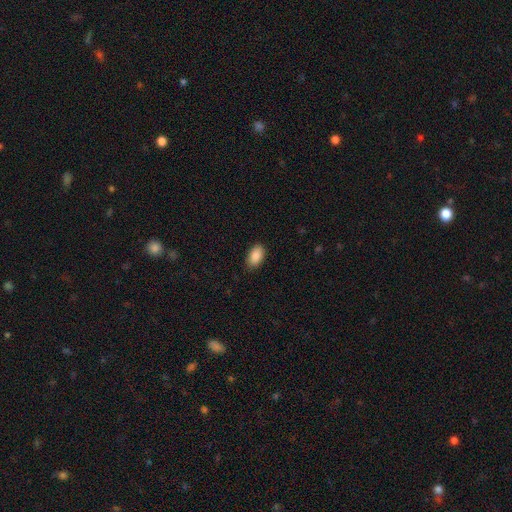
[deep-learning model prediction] Smooth or featured: smooth — 89% (star or artifact — 7%)
How rounded: in between — 94% (round — 4%)
Merging: none — 87% (minor disturbance — 10%)